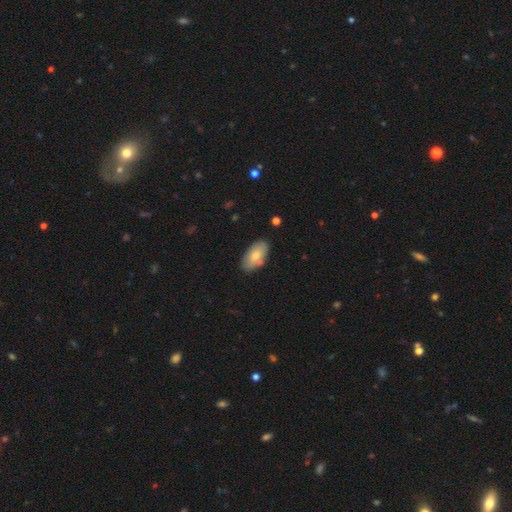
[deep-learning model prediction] Q: Smooth or featured?
A: smooth (78%); runner-up: featured or disk (16%)
Q: How rounded?
A: in between (94%); runner-up: cigar-shaped (3%)
Q: Merging?
A: none (81%); runner-up: minor disturbance (14%)